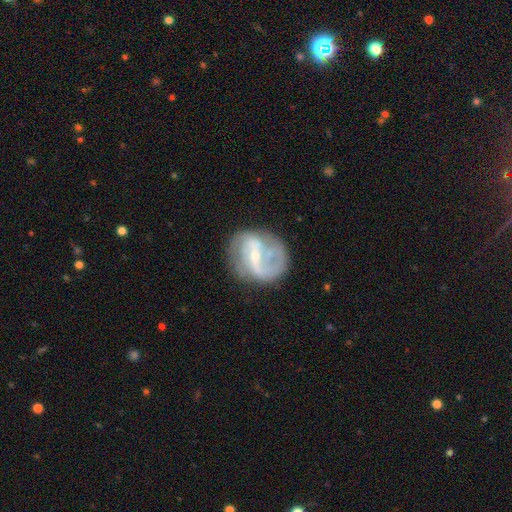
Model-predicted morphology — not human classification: featured or disk 80%, smooth 14%, star or artifact 6%. Down the decision tree: edge-on disk — no (97%); bar — weak (42%); spiral arms — yes (82%); spiral arm count — 2 (68%); spiral winding — medium (41%); bulge size — small (69%); merging — none (61%).